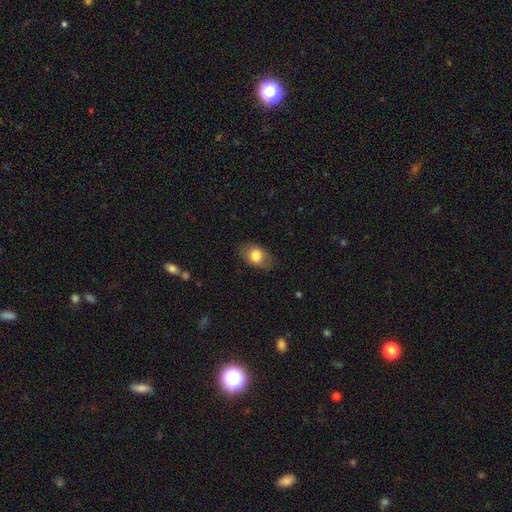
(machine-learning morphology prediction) smooth_or_featured: smooth (p=0.76) [alt: featured or disk p=0.17]
how_rounded: in between (p=0.84) [alt: round p=0.14]
merging: none (p=0.80) [alt: minor disturbance p=0.14]